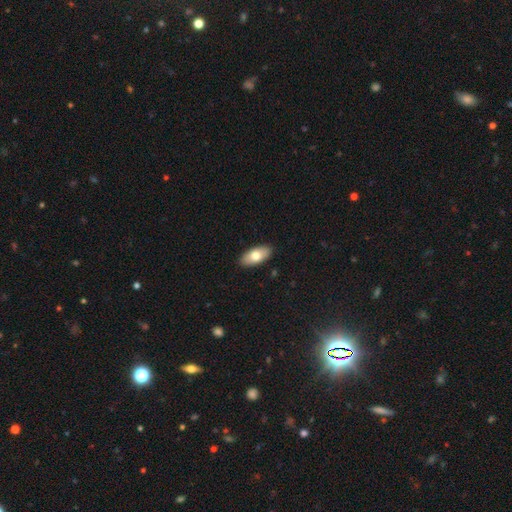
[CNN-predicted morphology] Smooth or featured?
  - smooth: 75% *
  - featured or disk: 19%
  - star or artifact: 6%
How rounded?
  - in between: 90% *
  - cigar-shaped: 8%
  - round: 2%
Merging?
  - none: 90% *
  - minor disturbance: 8%
  - major disturbance: 2%
  - merger: 1%